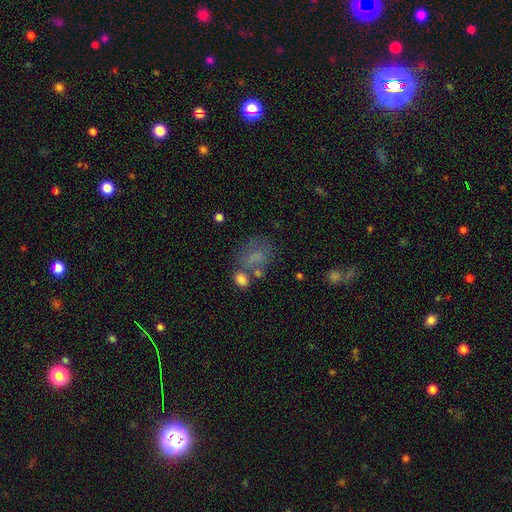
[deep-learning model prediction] Q: Smooth or featured?
A: smooth (63%); runner-up: featured or disk (19%)
Q: How rounded?
A: in between (68%); runner-up: round (30%)
Q: Merging?
A: none (40%); runner-up: merger (21%)